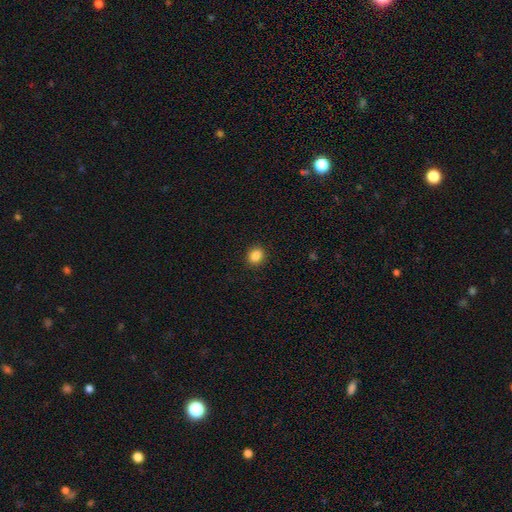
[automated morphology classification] Smooth or featured?
  - smooth: 86% *
  - star or artifact: 10%
  - featured or disk: 4%
How rounded?
  - round: 67% *
  - in between: 32%
  - cigar-shaped: 1%
Merging?
  - none: 91% *
  - minor disturbance: 6%
  - major disturbance: 2%
  - merger: 1%